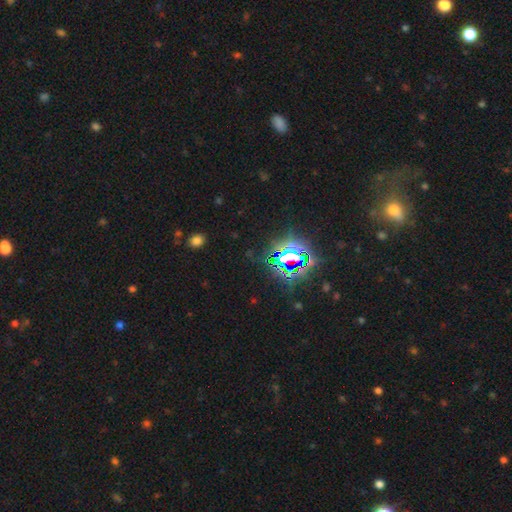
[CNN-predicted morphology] A star or artifact, not a galaxy (80%).

Vote fractions:
- Smooth or featured? star or artifact: 80% / smooth: 12% / featured or disk: 8%